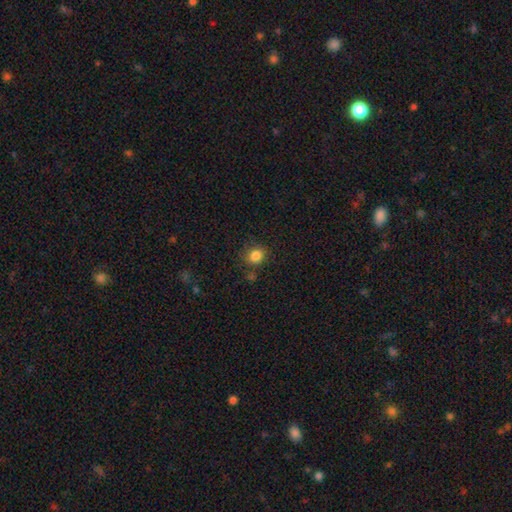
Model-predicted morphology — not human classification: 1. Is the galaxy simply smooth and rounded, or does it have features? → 84% smooth, 11% star or artifact, 5% featured or disk.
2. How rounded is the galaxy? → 80% round, 19% in between, 1% cigar-shaped.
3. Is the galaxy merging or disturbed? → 80% none, 12% minor disturbance, 5% merger, 4% major disturbance.